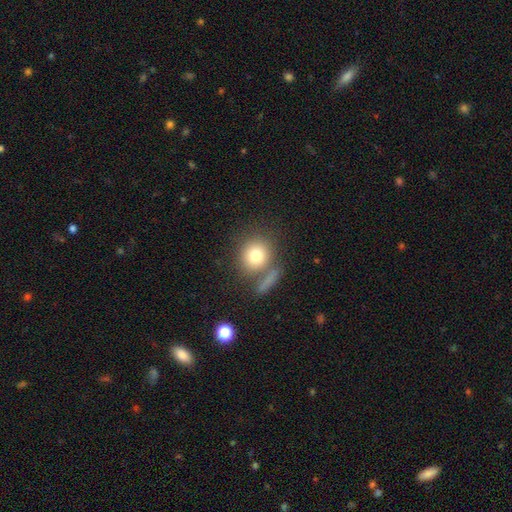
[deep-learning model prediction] This appears to be a smooth galaxy with no disk features (78%) that is round (82%). Merging: none (62%).